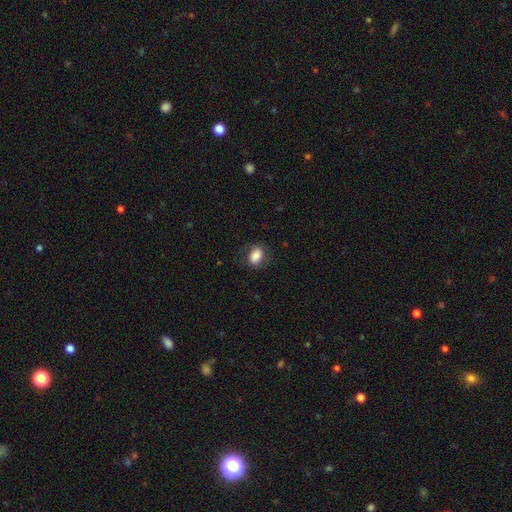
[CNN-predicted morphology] A smooth galaxy with no disk features (82%) that is in between round and cigar-shaped (78%). Merging: none (75%).